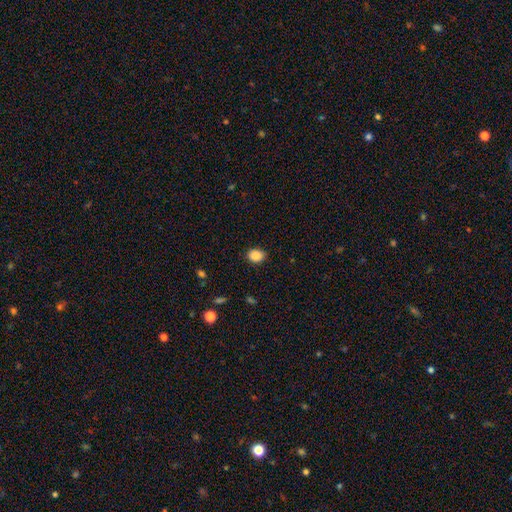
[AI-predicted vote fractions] The model was most divided on "how rounded": in between: 53%, round: 46%, cigar-shaped: 1%. More confident: smooth or featured — smooth (88%); merging — none (86%).